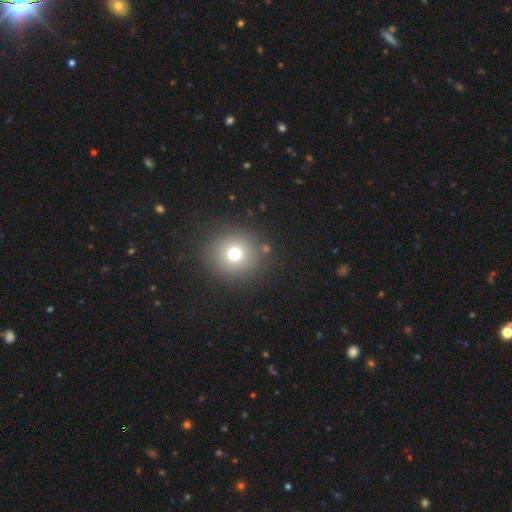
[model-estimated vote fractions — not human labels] smooth-or-featured: smooth: 68% | star or artifact: 24% | featured or disk: 9%
  how-rounded: round: 90% | in between: 9% | cigar-shaped: 1%
  merging: none: 90% | minor disturbance: 6% | major disturbance: 2% | merger: 2%